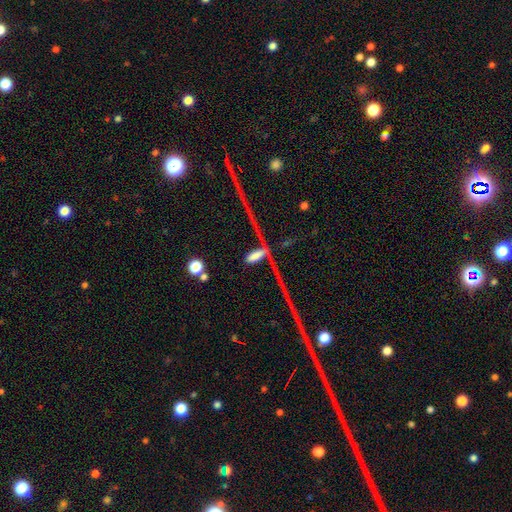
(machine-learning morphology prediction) The model was most divided on "smooth or featured": smooth: 49%, featured or disk: 36%, star or artifact: 14%. Remaining: merging — none (48%).